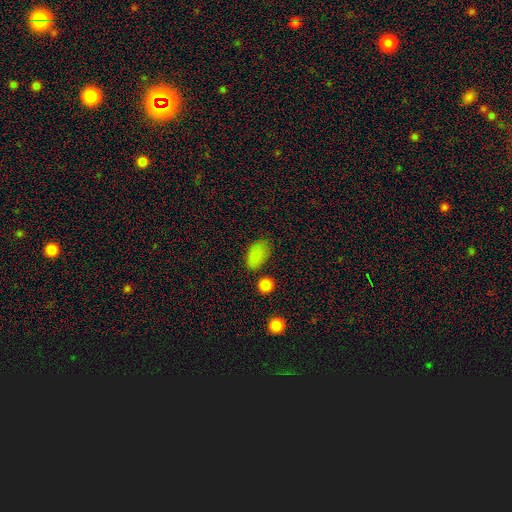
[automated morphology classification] A smooth galaxy with no disk features (84%) that is in between round and cigar-shaped (90%). Merging: none (64%).